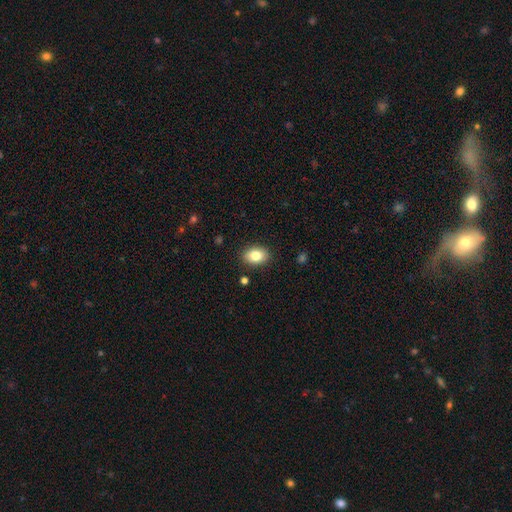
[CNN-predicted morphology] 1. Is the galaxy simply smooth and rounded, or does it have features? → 83% smooth, 9% featured or disk, 8% star or artifact.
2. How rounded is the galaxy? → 80% in between, 19% round, 1% cigar-shaped.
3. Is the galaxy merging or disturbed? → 88% none, 8% minor disturbance, 2% major disturbance, 1% merger.